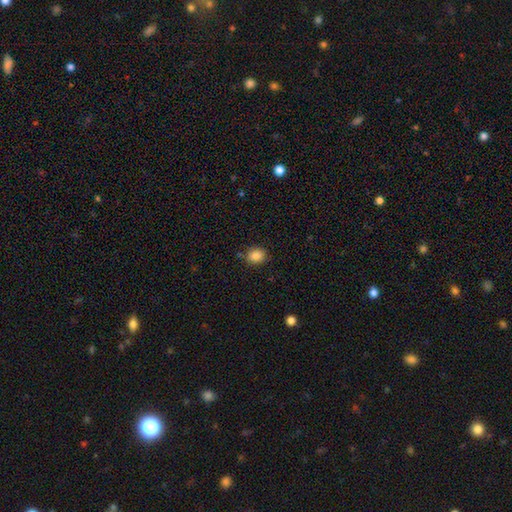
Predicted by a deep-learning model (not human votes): Smooth or featured? smooth (86%)
How rounded? round (64%)
Merging? none (83%)